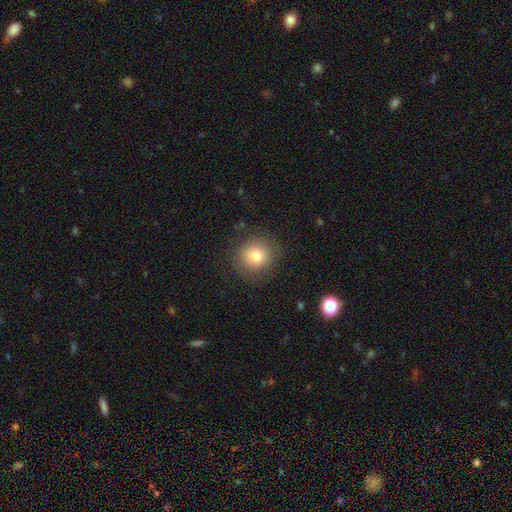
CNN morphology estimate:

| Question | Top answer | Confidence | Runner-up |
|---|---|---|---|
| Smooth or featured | smooth | 78% | featured or disk (11%) |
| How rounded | round | 88% | in between (12%) |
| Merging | none | 85% | minor disturbance (10%) |